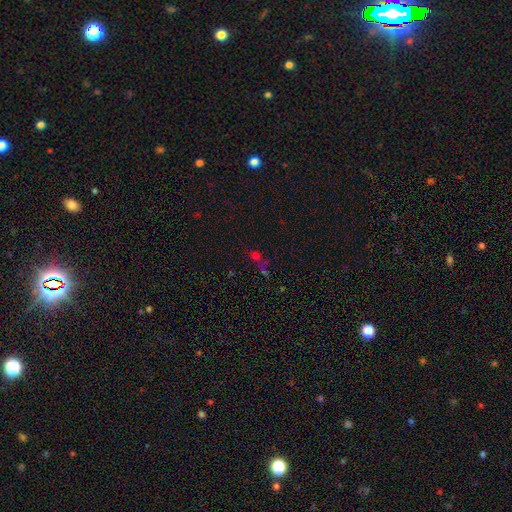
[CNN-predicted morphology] Q: Smooth or featured?
A: star or artifact (54%); runner-up: smooth (31%)